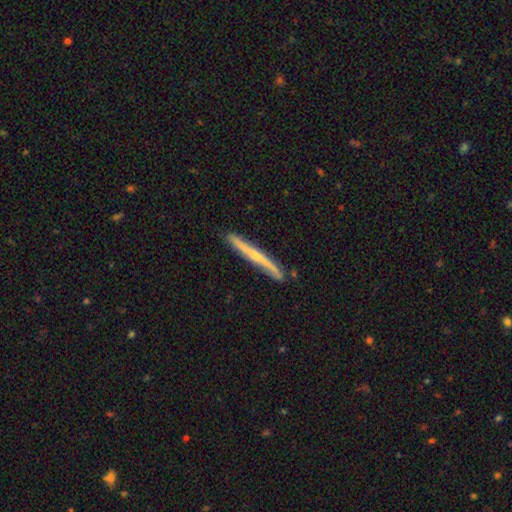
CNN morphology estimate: smooth_or_featured: featured or disk (p=0.64) [alt: smooth p=0.31]
disk_edge_on: yes (p=0.93) [alt: no p=0.07]
edge_on_bulge: rounded (p=0.53) [alt: none p=0.41]
merging: none (p=0.84) [alt: minor disturbance p=0.12]